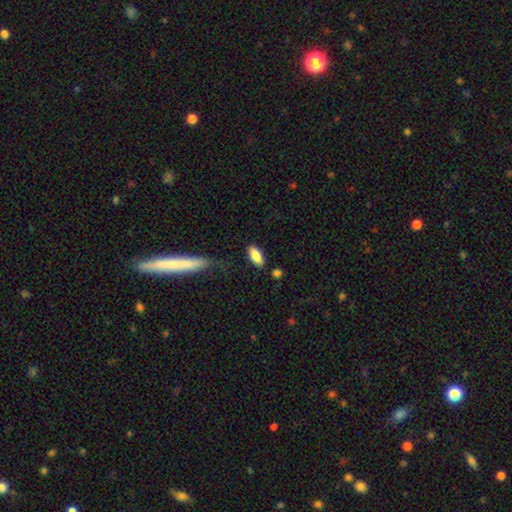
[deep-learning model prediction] A smooth galaxy with no disk features (83%) that is in between round and cigar-shaped (85%).

Vote fractions:
- Smooth or featured? smooth: 83% / featured or disk: 11% / star or artifact: 7%
- How rounded? in between: 85% / cigar-shaped: 13% / round: 2%
- Merging? none: 83% / minor disturbance: 11% / merger: 3% / major disturbance: 3%